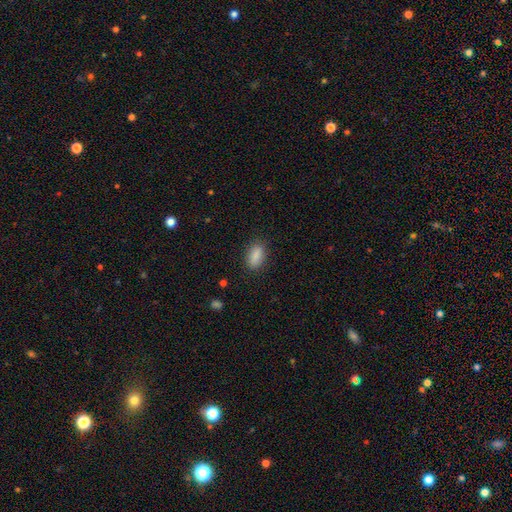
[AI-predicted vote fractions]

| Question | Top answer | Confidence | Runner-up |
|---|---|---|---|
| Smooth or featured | smooth | 86% | star or artifact (8%) |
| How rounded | in between | 84% | cigar-shaped (11%) |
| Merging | none | 86% | minor disturbance (10%) |